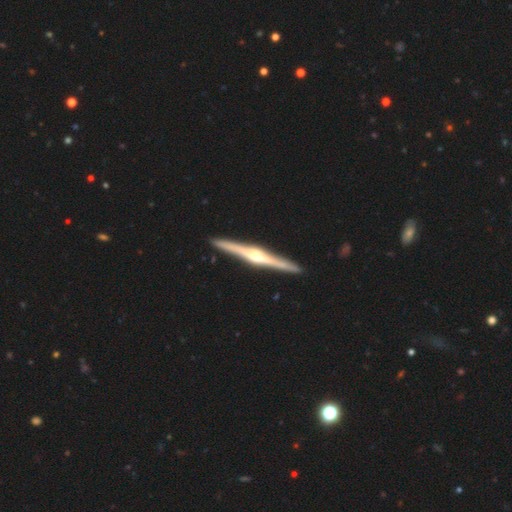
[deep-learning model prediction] Smooth or featured? featured or disk (85%)
Edge-on disk? yes (99%)
Edge-on bulge? rounded (85%)
Merging? none (93%)